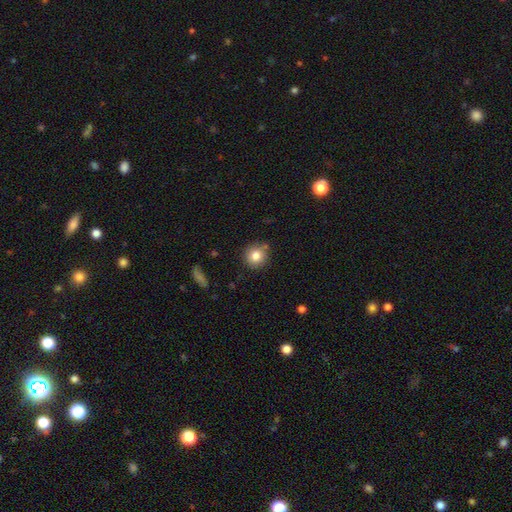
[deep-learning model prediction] Smooth or featured? smooth (81%)
How rounded? round (92%)
Merging? none (83%)